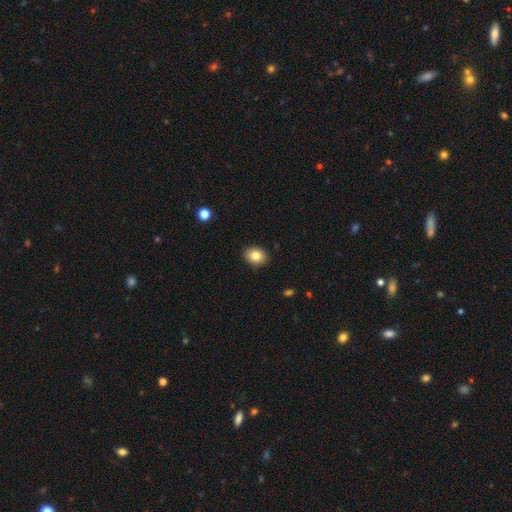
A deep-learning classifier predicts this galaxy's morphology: A smooth galaxy with no disk features (83%) that is in between round and cigar-shaped (52%).

Vote fractions:
- Smooth or featured? smooth: 83% / star or artifact: 9% / featured or disk: 8%
- How rounded? in between: 52% / round: 47% / cigar-shaped: 1%
- Merging? none: 90% / minor disturbance: 8% / major disturbance: 2% / merger: 1%